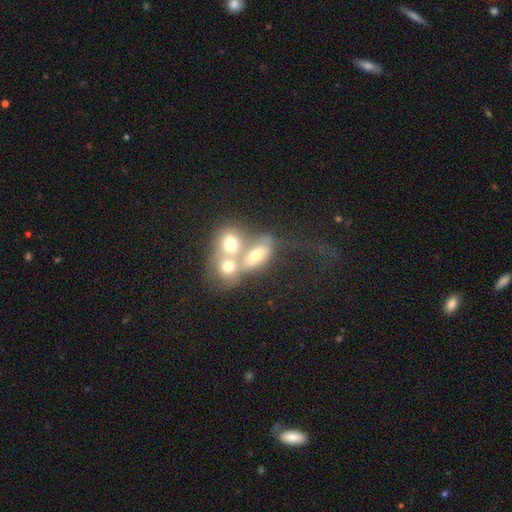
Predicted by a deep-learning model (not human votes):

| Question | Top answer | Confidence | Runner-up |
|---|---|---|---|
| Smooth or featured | smooth | 60% | featured or disk (26%) |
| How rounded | in between | 61% | round (36%) |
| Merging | merger | 61% | none (23%) |